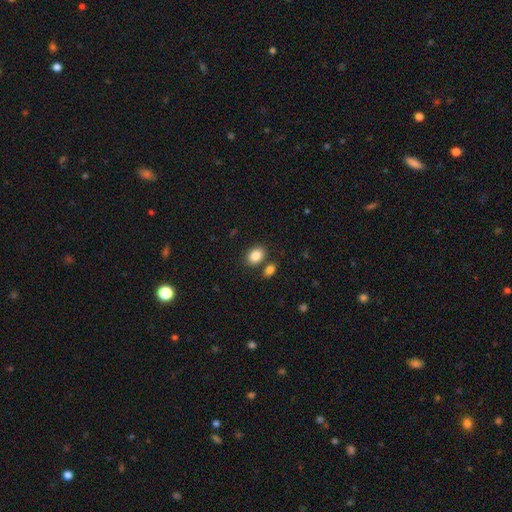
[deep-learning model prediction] This is clearly a smooth galaxy (86%). How rounded: likely in between (71%). Merging: likely none (72%).